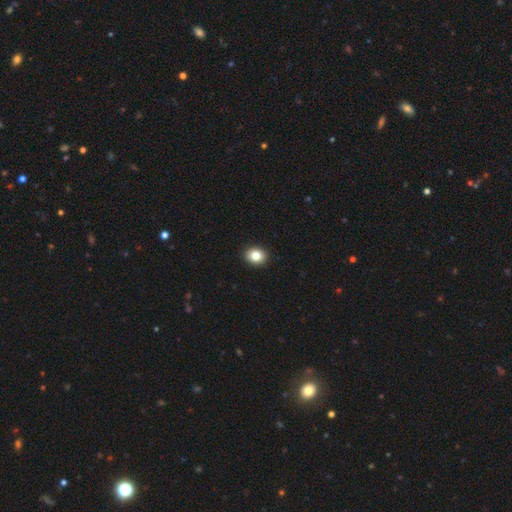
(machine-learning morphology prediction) smooth-or-featured: smooth: 82% | star or artifact: 10% | featured or disk: 8%
  how-rounded: round: 62% | in between: 37% | cigar-shaped: 1%
  merging: none: 92% | minor disturbance: 6% | major disturbance: 2% | merger: 1%